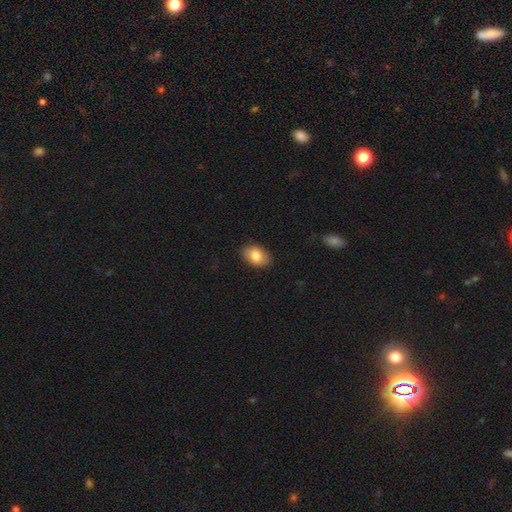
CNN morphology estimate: This is clearly a smooth galaxy (83%). How rounded: clearly in between (89%). Merging: clearly none (88%).